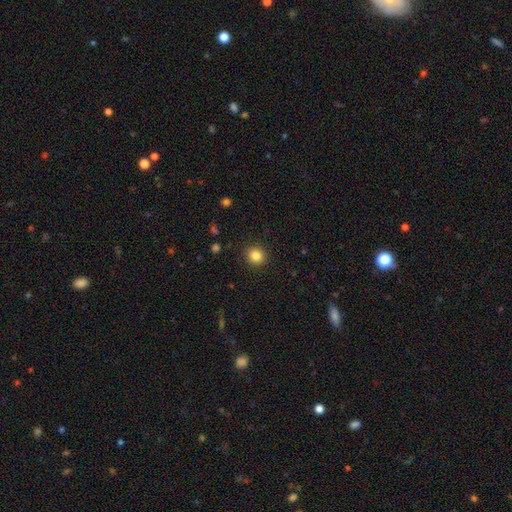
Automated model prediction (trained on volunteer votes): smooth_or_featured: smooth (p=0.84) [alt: star or artifact p=0.11]
how_rounded: round (p=0.90) [alt: in between p=0.09]
merging: none (p=0.91) [alt: minor disturbance p=0.06]